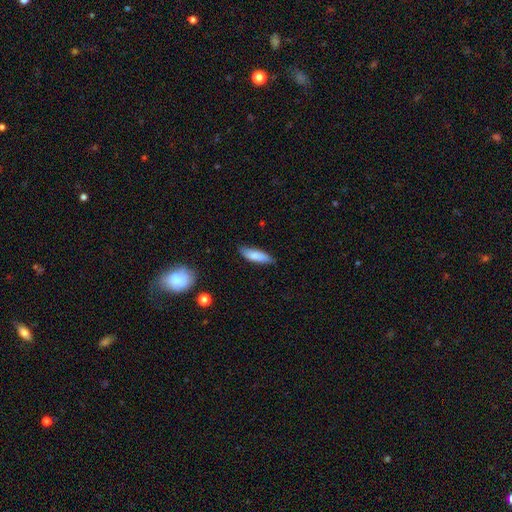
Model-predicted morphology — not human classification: A smooth galaxy with no disk features (82%) that is cigar-shaped (49%, tied with in between).

Vote fractions:
- Smooth or featured? smooth: 82% / featured or disk: 12% / star or artifact: 6%
- How rounded? cigar-shaped: 49% (tied) / in between: 49% (tied) / round: 2%
- Merging? none: 80% / minor disturbance: 16% / major disturbance: 2% / merger: 1%